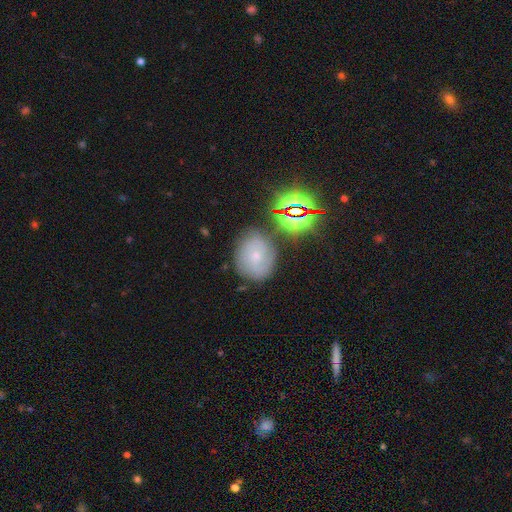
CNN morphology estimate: A featured or disk galaxy (44%).

Vote fractions:
- Smooth or featured? featured or disk: 44% / smooth: 36% / star or artifact: 20%
- Merging? none: 72% / minor disturbance: 18% / major disturbance: 5% / merger: 5%